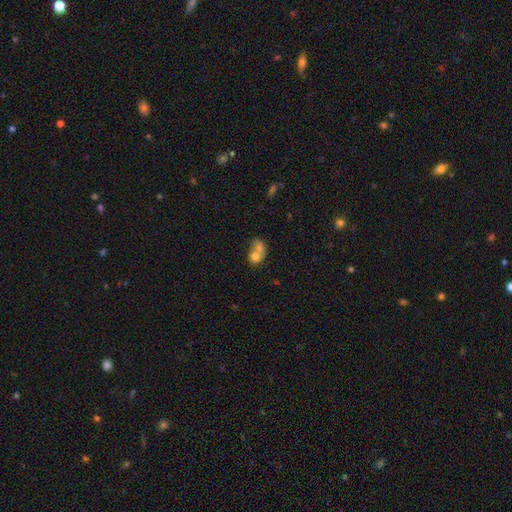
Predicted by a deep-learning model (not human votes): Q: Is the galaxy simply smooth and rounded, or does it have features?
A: smooth — 70%.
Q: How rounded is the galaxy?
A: round — 58%.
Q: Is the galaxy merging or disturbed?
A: merger — 69%.